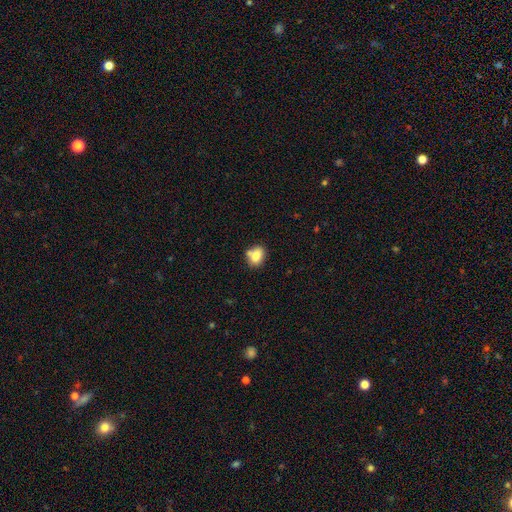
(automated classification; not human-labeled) Smooth or featured?
  - smooth: 80% *
  - featured or disk: 11%
  - star or artifact: 9%
How rounded?
  - in between: 58% *
  - round: 41%
  - cigar-shaped: 1%
Merging?
  - none: 60% *
  - merger: 20%
  - minor disturbance: 16%
  - major disturbance: 4%